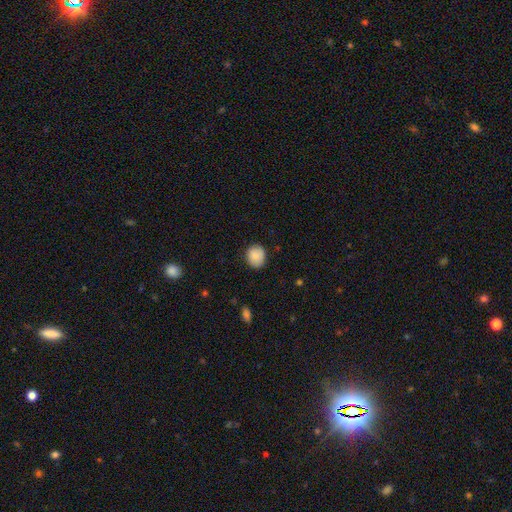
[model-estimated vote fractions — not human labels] A smooth galaxy with no disk features (86%) that is round (73%).

Vote fractions:
- Smooth or featured? smooth: 86% / star or artifact: 8% / featured or disk: 6%
- How rounded? round: 73% / in between: 26% / cigar-shaped: 1%
- Merging? none: 84% / minor disturbance: 13% / major disturbance: 3% / merger: 1%